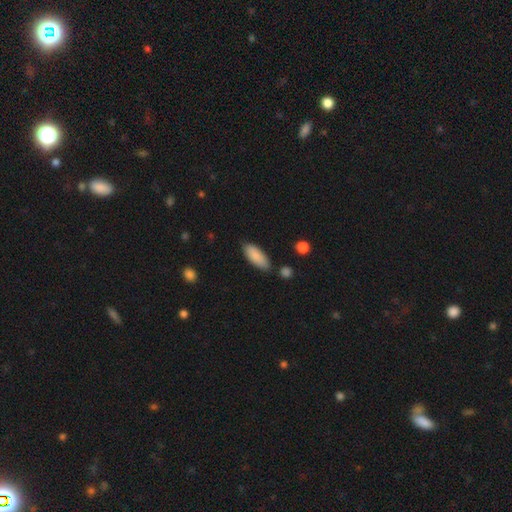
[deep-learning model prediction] Morphology: type=smooth (88%); roundness=in between (77%); merging=none (78%).